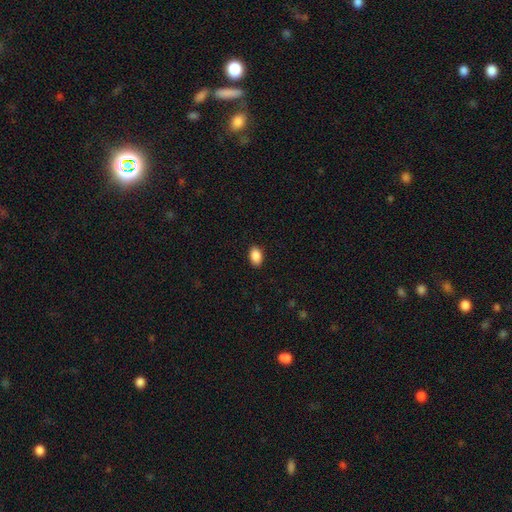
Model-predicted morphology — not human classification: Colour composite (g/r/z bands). It shows a smooth galaxy with no disk features (90%) that is in between round and cigar-shaped (89%). Merging: none (89%).